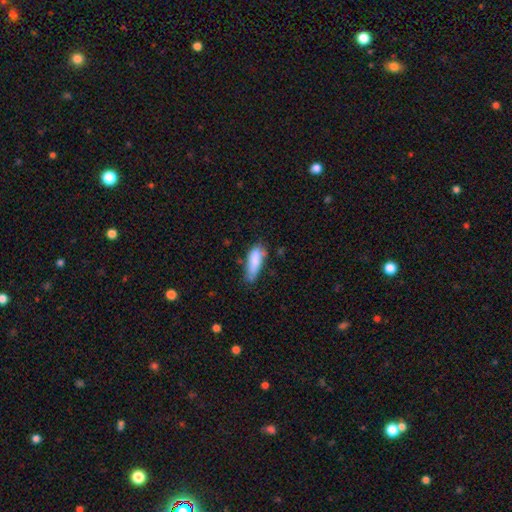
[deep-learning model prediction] smooth-or-featured: smooth: 70% | featured or disk: 17% | star or artifact: 13%
  how-rounded: cigar-shaped: 62% | in between: 35% | round: 3%
  merging: none: 62% | minor disturbance: 26% | major disturbance: 8% | merger: 3%